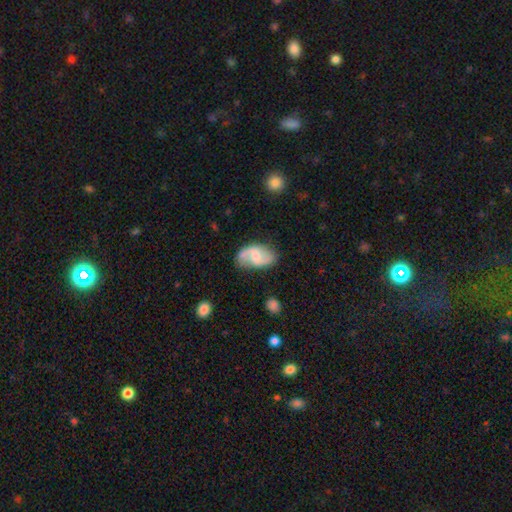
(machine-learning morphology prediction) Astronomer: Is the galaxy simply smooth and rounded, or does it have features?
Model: featured or disk — 71%.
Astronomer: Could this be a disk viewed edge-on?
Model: no — 97%.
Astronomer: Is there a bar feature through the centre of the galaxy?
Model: weak — 48% (runner-up: no, 42%).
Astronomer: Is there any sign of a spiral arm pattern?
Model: yes — 92%.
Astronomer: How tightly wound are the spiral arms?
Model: medium — 43%, tied with loose at 43%.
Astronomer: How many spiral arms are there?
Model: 2 — 87%.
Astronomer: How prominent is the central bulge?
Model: moderate — 45% (runner-up: small, 43%).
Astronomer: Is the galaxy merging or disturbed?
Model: none — 70%.